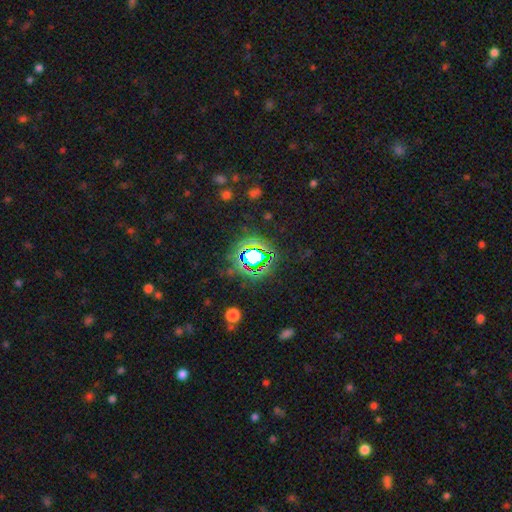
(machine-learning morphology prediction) star or artifact 78%, smooth 14%, featured or disk 8%.